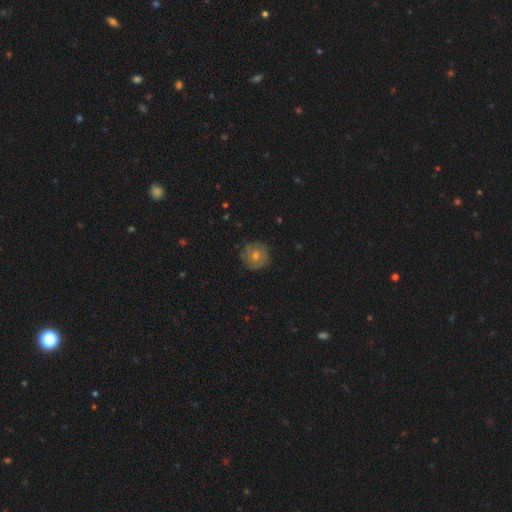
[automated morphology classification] Smooth or featured? Predicted: featured or disk (p=0.50). Merging? Predicted: none (p=0.83).